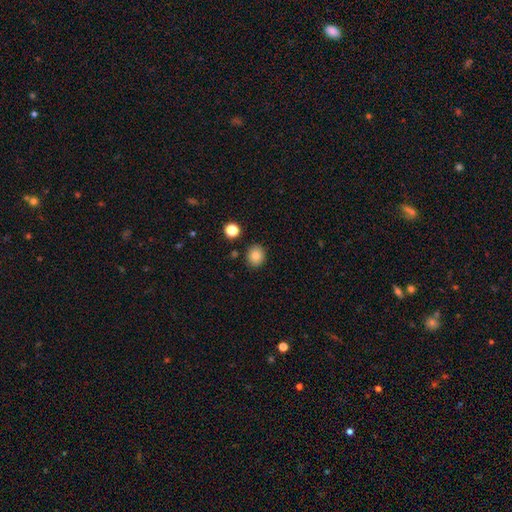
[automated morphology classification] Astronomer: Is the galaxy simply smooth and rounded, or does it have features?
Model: smooth — 83%.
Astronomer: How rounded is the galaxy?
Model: round — 81%.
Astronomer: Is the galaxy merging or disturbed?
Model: none — 88%.